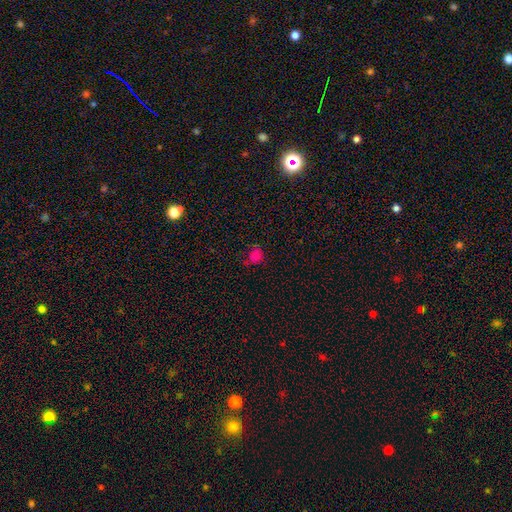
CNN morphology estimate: This appears to be a smooth galaxy with no disk features (72%) that is round (64%). Merging: none (58%).